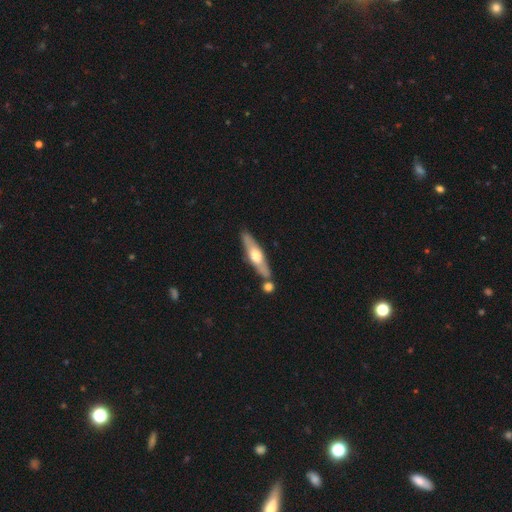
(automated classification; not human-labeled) smooth_or_featured: featured or disk (p=0.54) [alt: smooth p=0.41]
disk_edge_on: yes (p=0.84) [alt: no p=0.16]
merging: none (p=0.73) [alt: merger p=0.13]